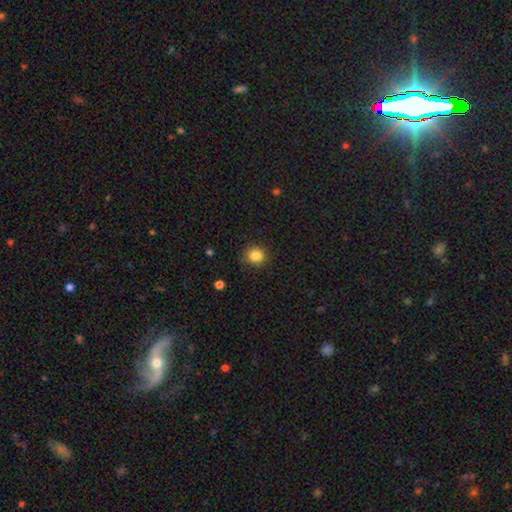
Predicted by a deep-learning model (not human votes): This appears to be a smooth galaxy with no disk features (85%) that is round (88%). Merging: none (86%).